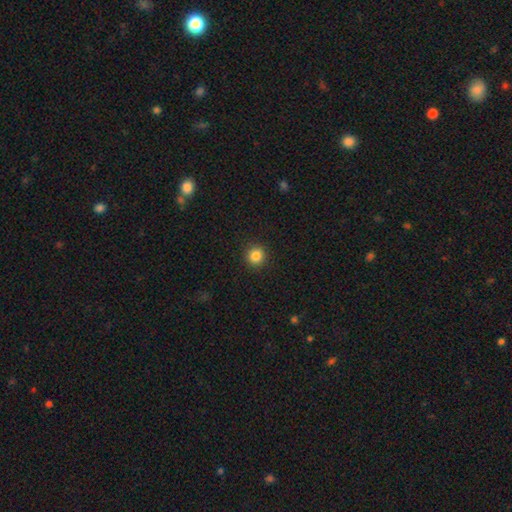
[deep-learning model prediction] A smooth galaxy with no disk features (85%) that is round (94%).

Vote fractions:
- Smooth or featured? smooth: 85% / star or artifact: 11% / featured or disk: 4%
- How rounded? round: 94% / in between: 5% / cigar-shaped: 1%
- Merging? none: 92% / minor disturbance: 5% / major disturbance: 2% / merger: 1%